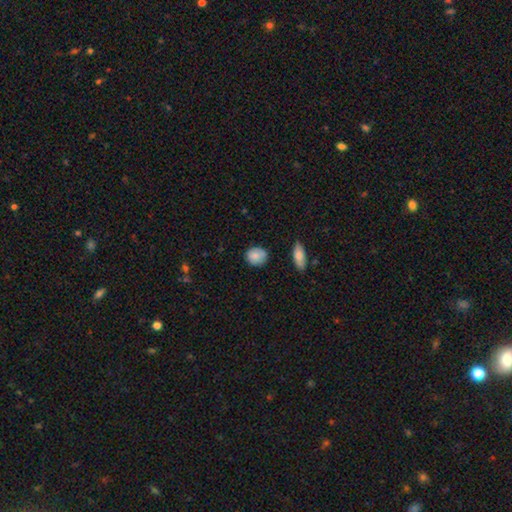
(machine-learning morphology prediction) Smooth or featured?
  - smooth: 83% *
  - featured or disk: 10%
  - star or artifact: 7%
How rounded?
  - round: 72% *
  - in between: 26%
  - cigar-shaped: 1%
Merging?
  - none: 77% *
  - minor disturbance: 17%
  - major disturbance: 3%
  - merger: 2%